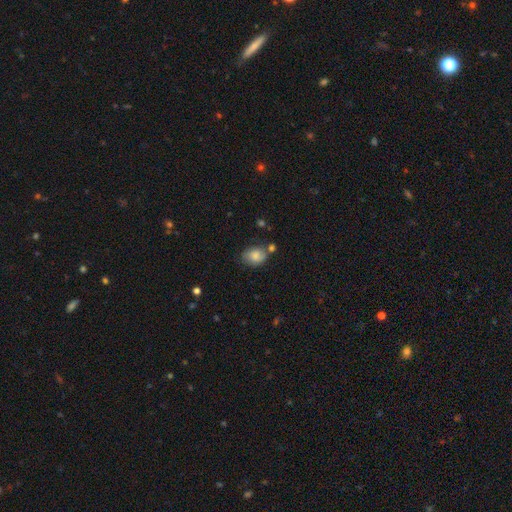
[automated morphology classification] smooth 80%, featured or disk 12%, star or artifact 8%. Down the decision tree: how rounded — in between (72%); merging — none (60%).